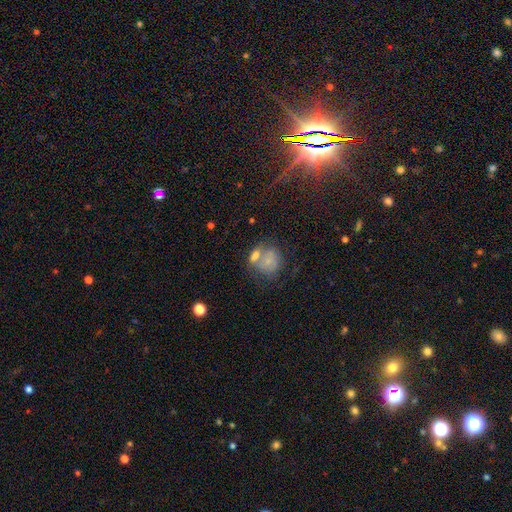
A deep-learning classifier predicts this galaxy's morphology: This is marginally a star or artifact rather than a galaxy (45%).